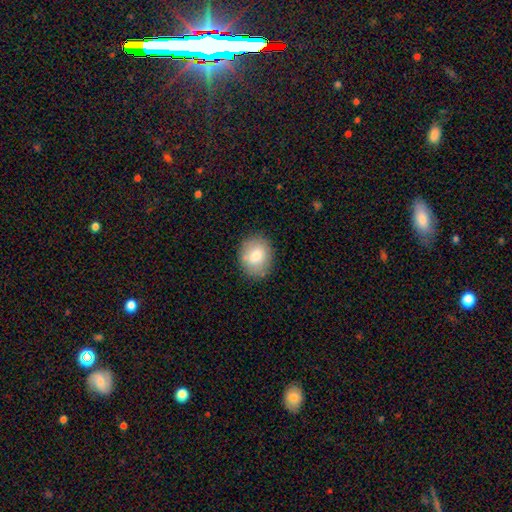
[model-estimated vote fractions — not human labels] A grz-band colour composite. It shows a smooth galaxy with no disk features (77%) that is round (53%). Merging: none (81%).